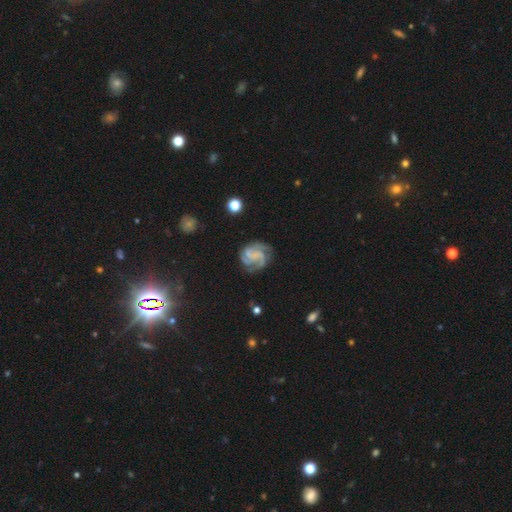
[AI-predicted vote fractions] smooth_or_featured: featured or disk (p=0.85) [alt: smooth p=0.09]
disk_edge_on: no (p=0.99) [alt: yes p=0.01]
bar: no (p=0.64) [alt: weak p=0.29]
has_spiral_arms: yes (p=0.97) [alt: no p=0.03]
spiral_winding: tight (p=0.47) [alt: medium p=0.43]
spiral_arm_count: 3 (p=0.49) [alt: 4 p=0.14]
bulge_size: none (p=0.47) [alt: small p=0.40]
merging: none (p=0.73) [alt: minor disturbance p=0.16]